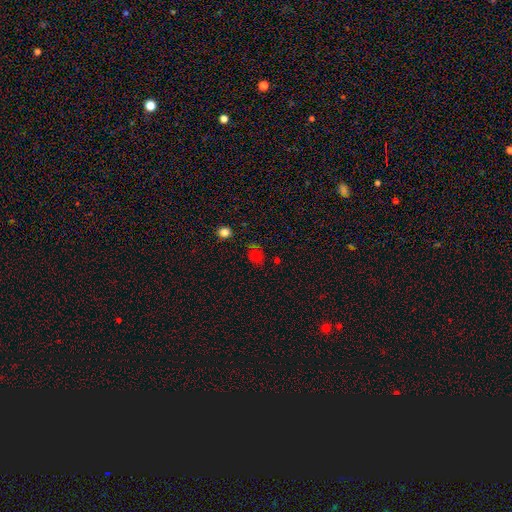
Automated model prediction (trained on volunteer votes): Smooth or featured? Predicted: smooth (p=0.66). How rounded? Predicted: in between (p=0.52). Merging? Predicted: none (p=0.65).